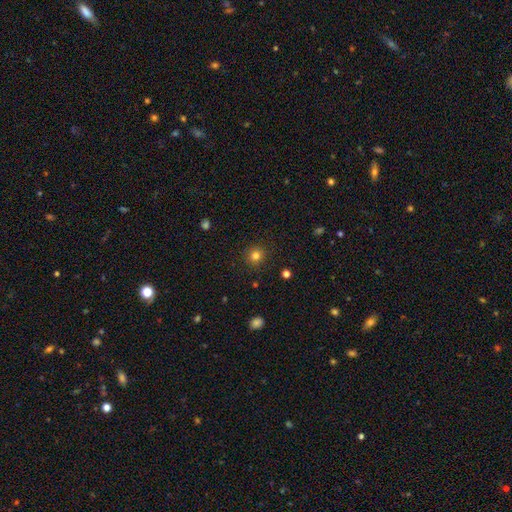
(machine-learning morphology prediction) Smooth or featured? smooth (81%)
How rounded? round (92%)
Merging? none (91%)